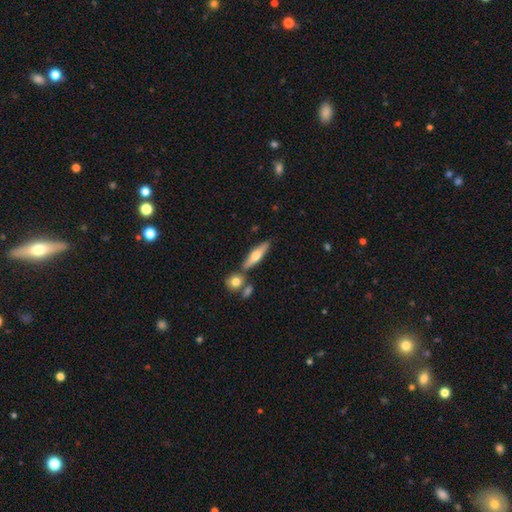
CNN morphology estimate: Smooth or featured? Predicted: featured or disk (p=0.49). Merging? Predicted: none (p=0.73).